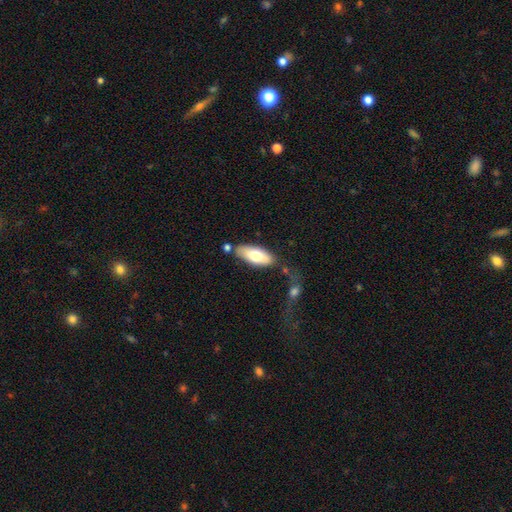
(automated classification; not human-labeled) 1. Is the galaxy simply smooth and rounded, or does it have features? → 71% smooth, 23% featured or disk, 6% star or artifact.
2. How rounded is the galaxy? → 82% in between, 16% cigar-shaped, 2% round.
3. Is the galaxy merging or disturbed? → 71% none, 16% minor disturbance, 9% merger, 5% major disturbance.